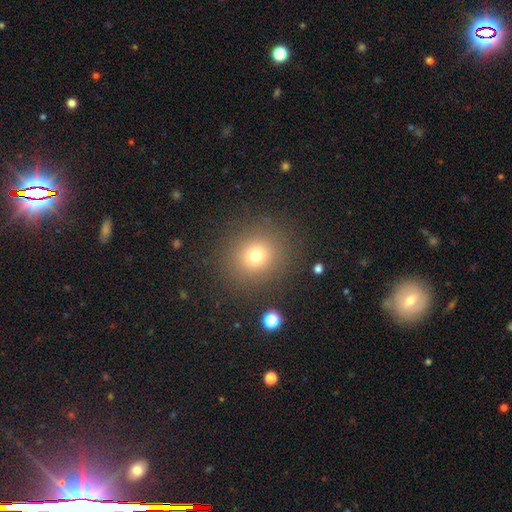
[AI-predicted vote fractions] Morphology: type=smooth (73%); roundness=round (87%); merging=none (87%).